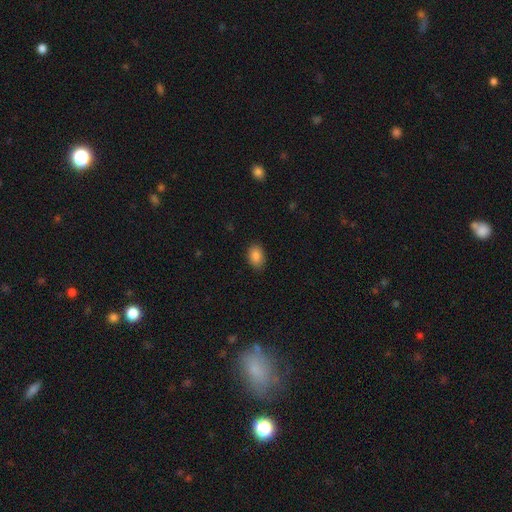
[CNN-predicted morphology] A smooth galaxy with no disk features (87%) that is in between round and cigar-shaped (84%). Merging: none (86%).